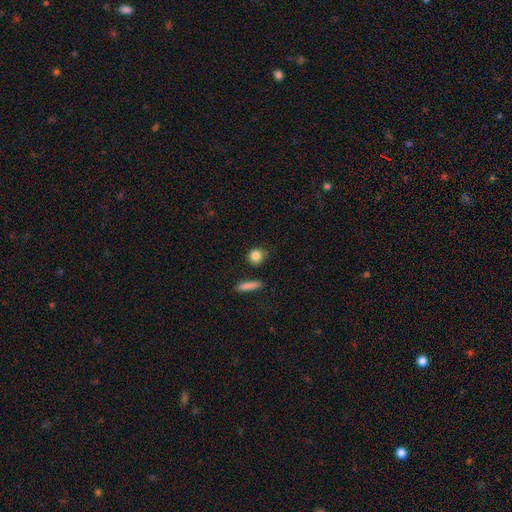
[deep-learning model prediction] This is clearly a smooth galaxy (84%). How rounded: clearly round (82%). Merging: likely none (78%).